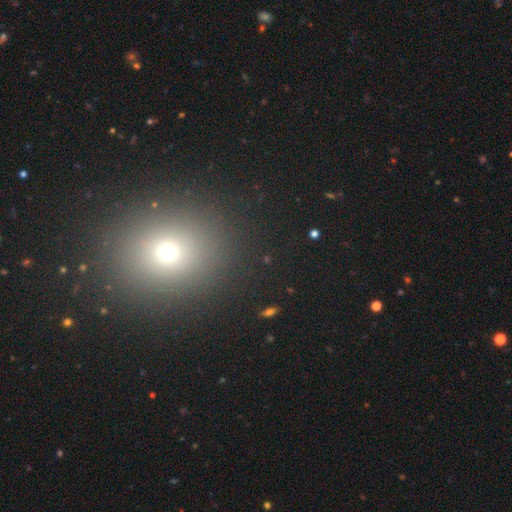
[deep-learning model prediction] smooth 62%, star or artifact 31%, featured or disk 8%. Down the decision tree: how rounded — round (69%); merging — none (91%).